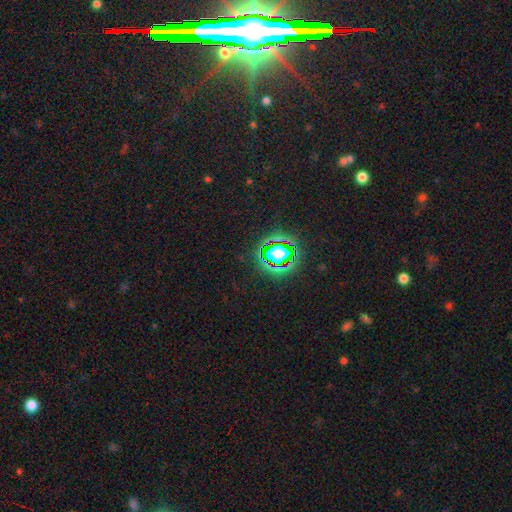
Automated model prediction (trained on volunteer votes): This appears to be a star or artifact, not a galaxy (77%).